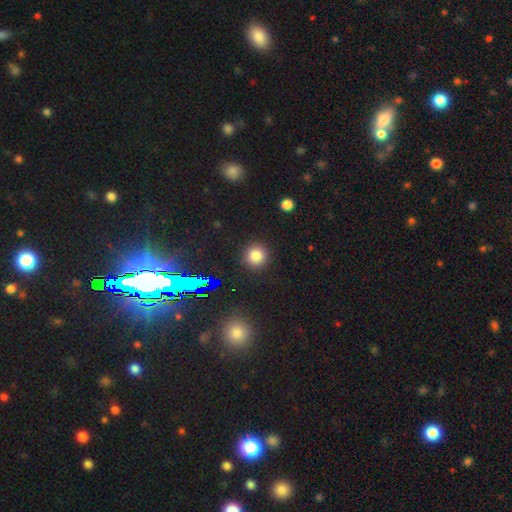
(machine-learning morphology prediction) A smooth galaxy with no disk features (79%) that is round (94%). Merging: none (90%).